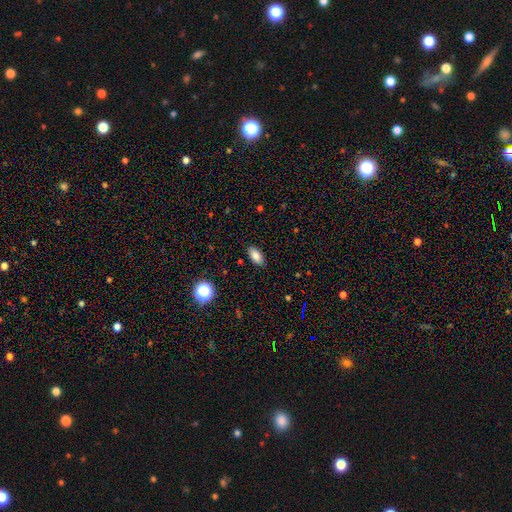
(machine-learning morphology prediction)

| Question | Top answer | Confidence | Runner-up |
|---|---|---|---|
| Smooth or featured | smooth | 84% | star or artifact (9%) |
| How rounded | in between | 90% | cigar-shaped (6%) |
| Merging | none | 88% | minor disturbance (9%) |